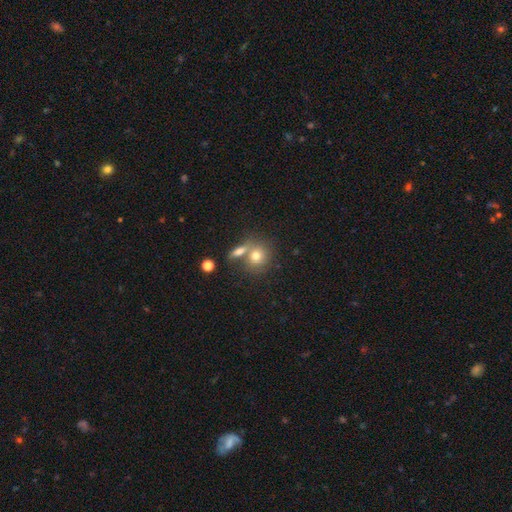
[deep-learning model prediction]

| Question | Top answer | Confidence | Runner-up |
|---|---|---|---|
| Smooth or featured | smooth | 73% | featured or disk (16%) |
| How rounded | round | 77% | in between (21%) |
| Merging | none | 49% | merger (36%) |